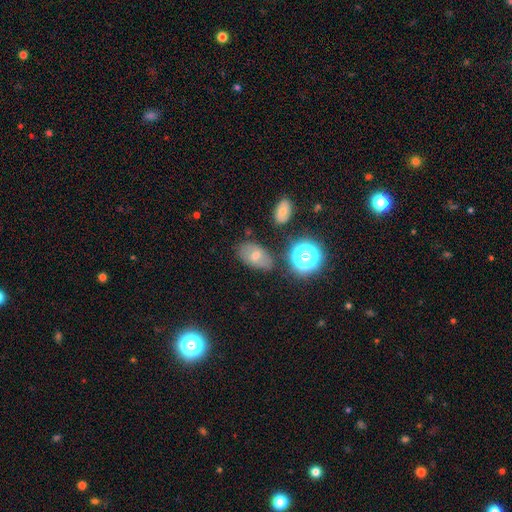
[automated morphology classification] This is possibly a smooth galaxy (47%). Merging: likely none (78%).